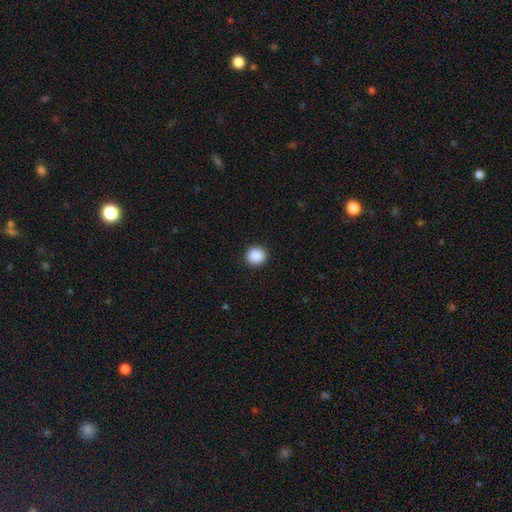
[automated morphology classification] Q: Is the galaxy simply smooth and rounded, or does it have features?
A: smooth — 89%.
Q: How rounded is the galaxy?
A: round — 89%.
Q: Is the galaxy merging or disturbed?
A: none — 92%.